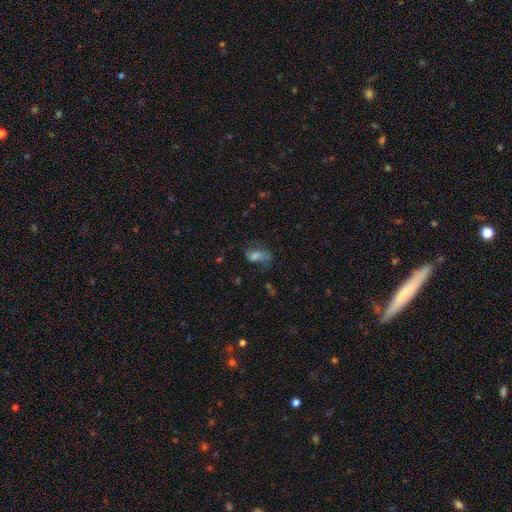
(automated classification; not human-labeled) Smooth or featured? Predicted: smooth (p=0.48). Merging? Predicted: none (p=0.42).